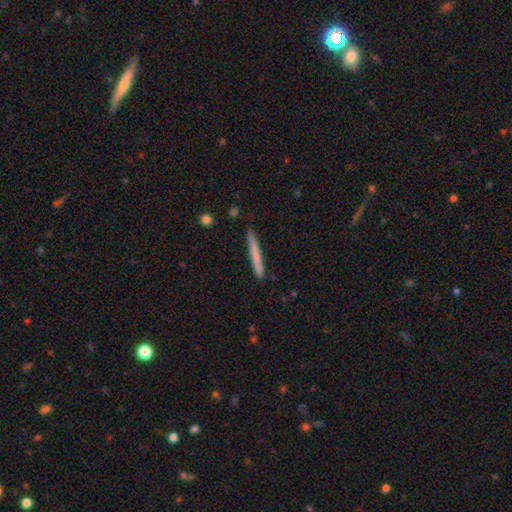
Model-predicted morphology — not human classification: Q: Smooth or featured?
A: smooth (67%); runner-up: featured or disk (26%)
Q: How rounded?
A: cigar-shaped (97%); runner-up: in between (2%)
Q: Merging?
A: none (88%); runner-up: minor disturbance (9%)